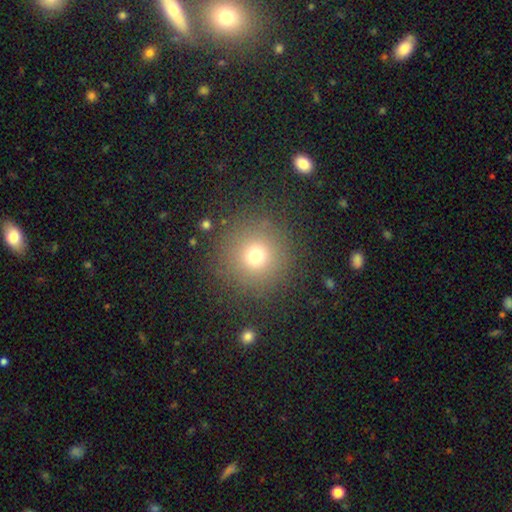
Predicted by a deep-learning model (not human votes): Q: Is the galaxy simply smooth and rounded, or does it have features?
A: smooth — 70%.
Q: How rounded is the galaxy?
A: round — 95%.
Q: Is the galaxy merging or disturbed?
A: none — 87%.